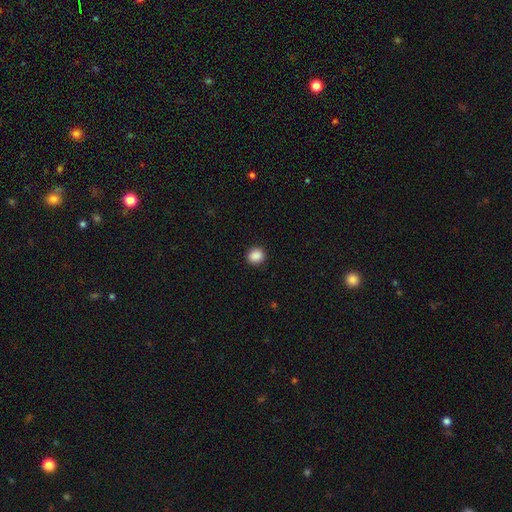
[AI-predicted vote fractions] This appears to be a smooth galaxy with no disk features (88%) that is round (79%). Merging: none (91%).